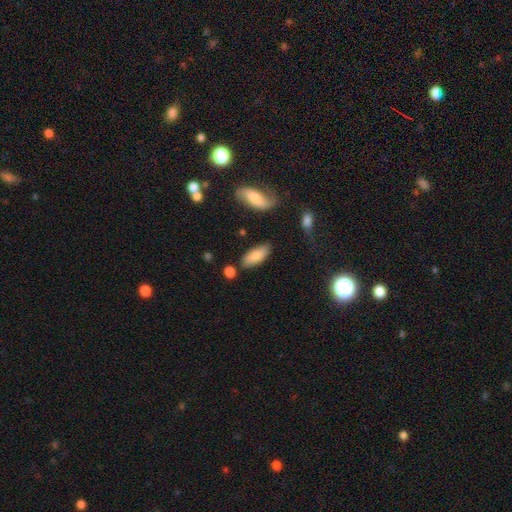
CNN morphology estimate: A smooth galaxy with no disk features (81%) that is in between round and cigar-shaped (82%).

Vote fractions:
- Smooth or featured? smooth: 81% / featured or disk: 13% / star or artifact: 6%
- How rounded? in between: 82% / cigar-shaped: 15% / round: 2%
- Merging? none: 79% / minor disturbance: 14% / merger: 5% / major disturbance: 3%